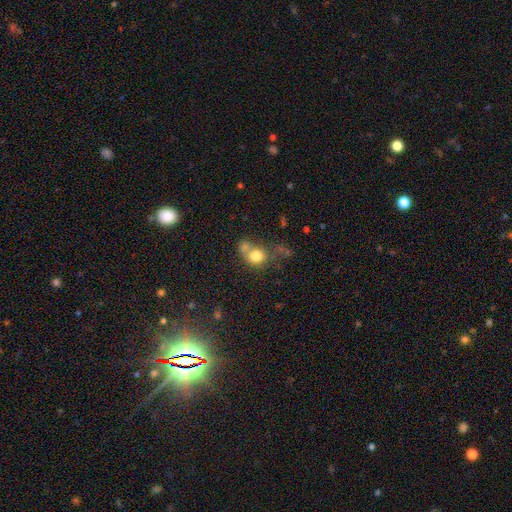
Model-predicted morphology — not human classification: Smooth or featured?
  - smooth: 76% *
  - featured or disk: 12%
  - star or artifact: 11%
How rounded?
  - round: 70% *
  - in between: 29%
  - cigar-shaped: 1%
Merging?
  - merger: 43% *
  - none: 35%
  - minor disturbance: 12%
  - major disturbance: 9%